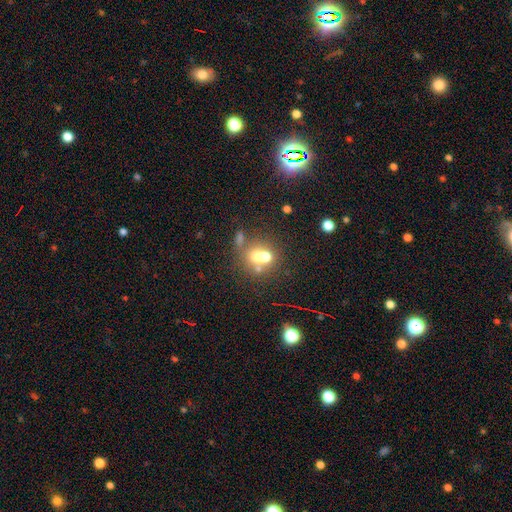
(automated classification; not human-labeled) This is possibly a star or artifact rather than a galaxy (49%).